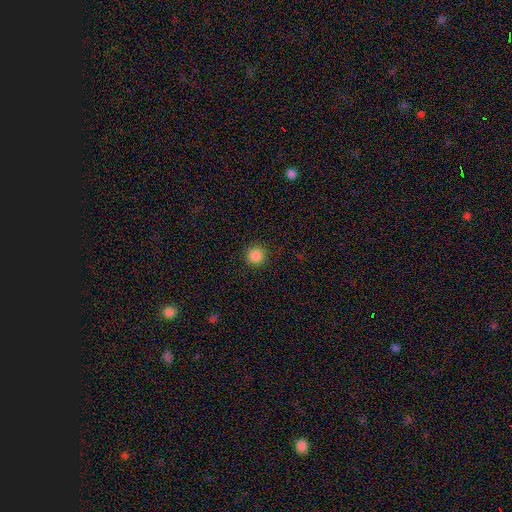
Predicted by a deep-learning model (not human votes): smooth 86%, star or artifact 11%, featured or disk 3%. Down the decision tree: how rounded — round (95%); merging — none (91%).